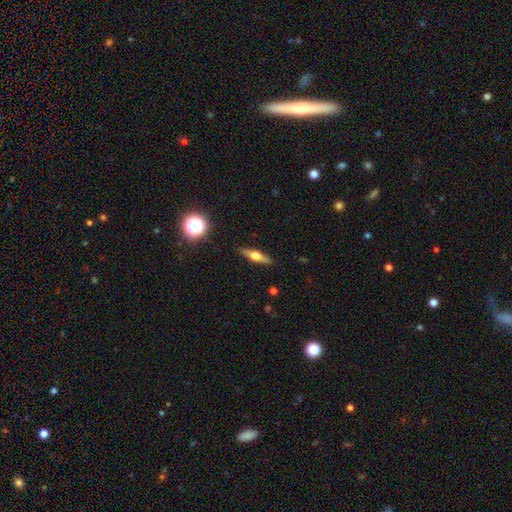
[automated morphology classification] A featured or disk galaxy (52%) viewed edge-on (93%).

Vote fractions:
- Smooth or featured? featured or disk: 52% / smooth: 40% / star or artifact: 8%
- Edge-on disk? yes: 93% / no: 7%
- Merging? none: 89% / minor disturbance: 8% / major disturbance: 2% / merger: 1%